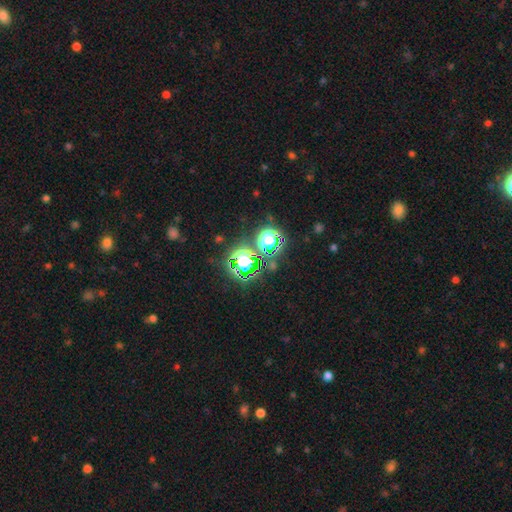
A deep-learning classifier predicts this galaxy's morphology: Smooth or featured? star or artifact (78%)